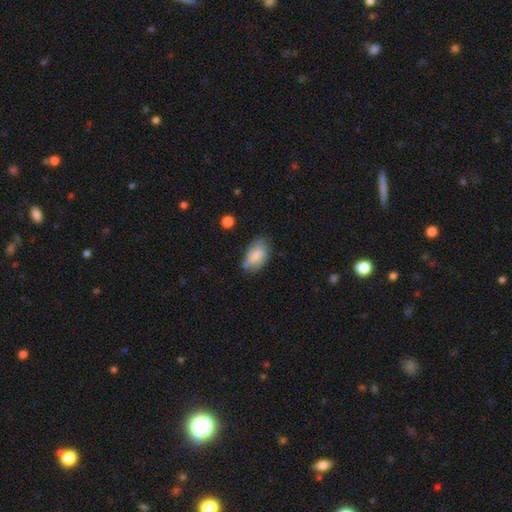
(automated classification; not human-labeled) This appears to be a smooth galaxy with no disk features (71%) that is in between round and cigar-shaped (92%). Merging: none (56%).